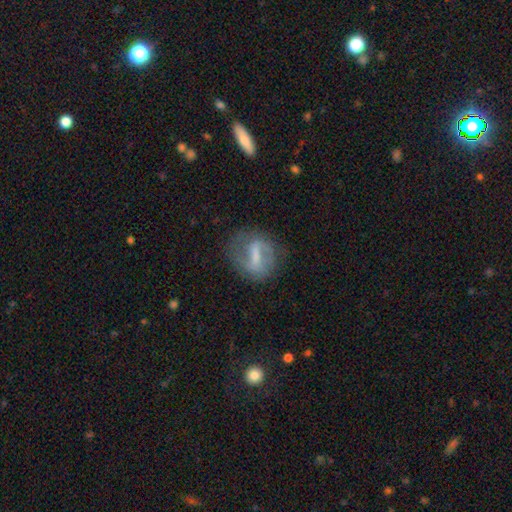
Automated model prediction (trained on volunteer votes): Q: Smooth or featured?
A: featured or disk (66%); runner-up: smooth (26%)
Q: Edge-on disk?
A: no (94%); runner-up: yes (6%)
Q: Bar?
A: strong (55%); runner-up: weak (35%)
Q: Spiral arms?
A: yes (67%); runner-up: no (33%)
Q: Bulge size?
A: small (35%); runner-up: none (33%)
Q: Merging?
A: none (68%); runner-up: minor disturbance (19%)